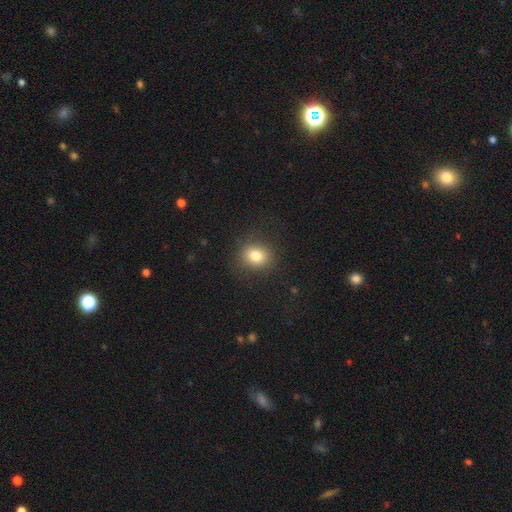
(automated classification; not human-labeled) Smooth or featured: smooth — 82% (star or artifact — 11%)
How rounded: round — 72% (in between — 27%)
Merging: none — 85% (minor disturbance — 10%)